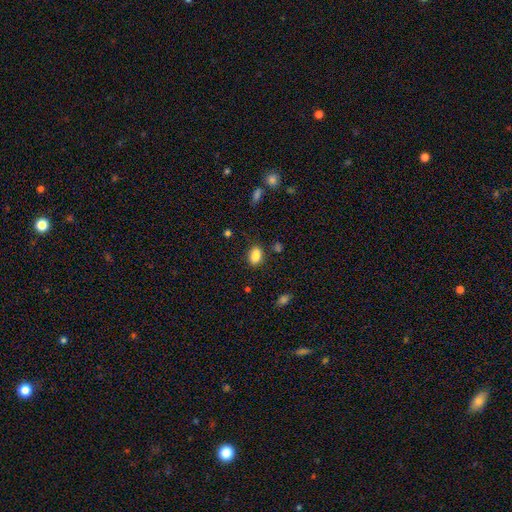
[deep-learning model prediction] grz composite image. It shows a smooth galaxy with no disk features (84%) that is in between round and cigar-shaped (82%). Merging: none (70%).